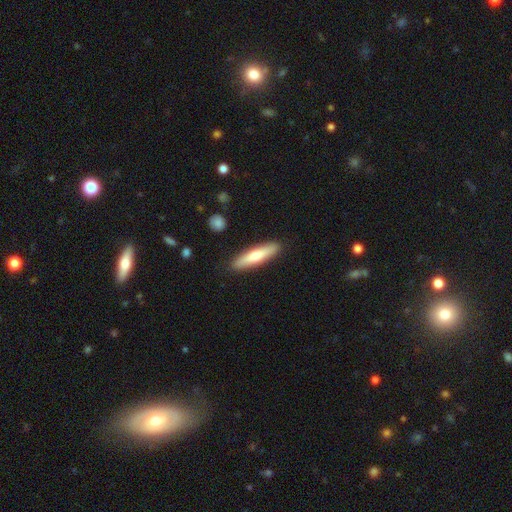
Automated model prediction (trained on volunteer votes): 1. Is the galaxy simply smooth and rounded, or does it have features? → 68% smooth, 27% featured or disk, 5% star or artifact.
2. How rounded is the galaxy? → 82% cigar-shaped, 16% in between, 1% round.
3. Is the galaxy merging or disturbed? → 89% none, 8% minor disturbance, 2% major disturbance, 1% merger.